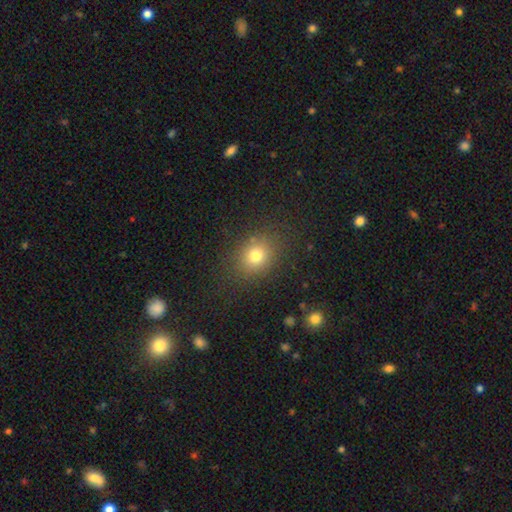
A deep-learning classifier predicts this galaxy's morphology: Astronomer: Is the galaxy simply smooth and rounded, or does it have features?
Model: smooth — 76%.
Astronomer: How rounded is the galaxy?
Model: round — 59% (runner-up: in between, 39%).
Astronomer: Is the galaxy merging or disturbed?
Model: none — 84%.